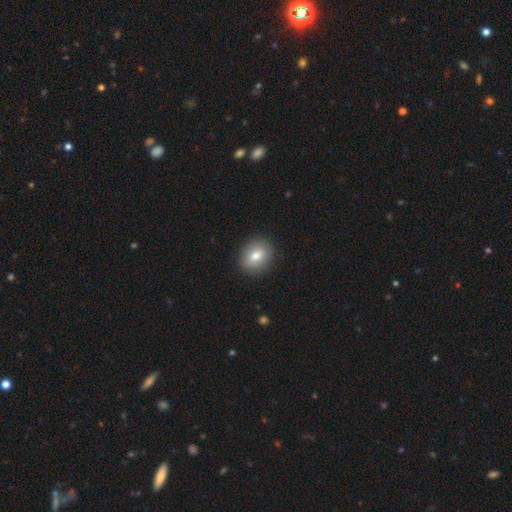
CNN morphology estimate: smooth_or_featured: smooth (p=0.77) [alt: featured or disk p=0.14]
how_rounded: round (p=0.60) [alt: in between p=0.39]
merging: none (p=0.89) [alt: minor disturbance p=0.08]